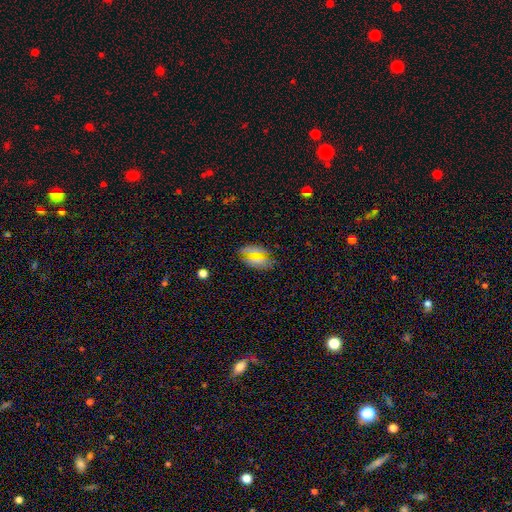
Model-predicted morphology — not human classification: The model was most divided on "smooth or featured": smooth: 69%, star or artifact: 18%, featured or disk: 13%. More confident: how rounded — in between (84%); merging — none (77%).